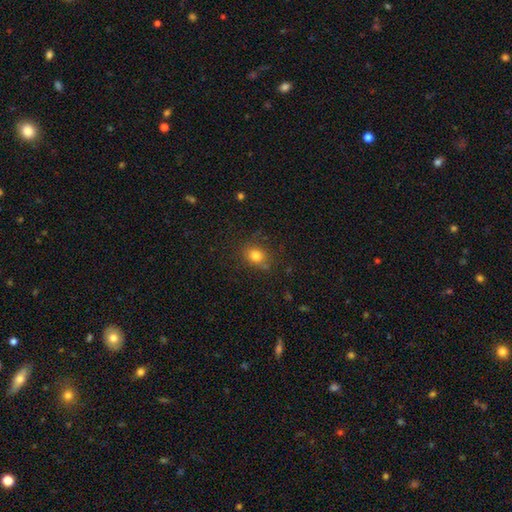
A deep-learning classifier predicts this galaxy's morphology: Smooth or featured?
  - smooth: 80% *
  - star or artifact: 13%
  - featured or disk: 7%
How rounded?
  - round: 64% *
  - in between: 35%
  - cigar-shaped: 1%
Merging?
  - none: 77% *
  - minor disturbance: 15%
  - major disturbance: 5%
  - merger: 3%